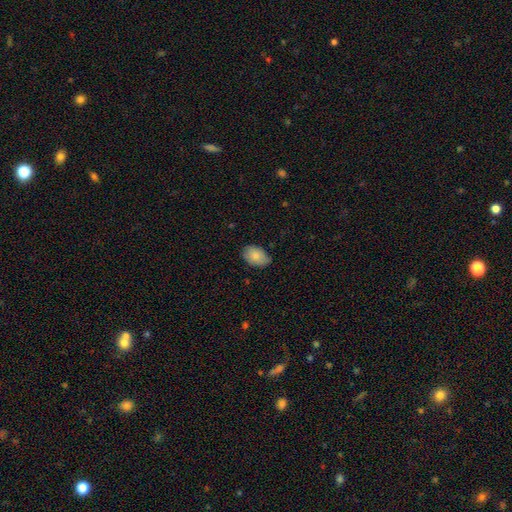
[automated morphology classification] type=smooth (82%); roundness=in between (87%); merging=none (74%).